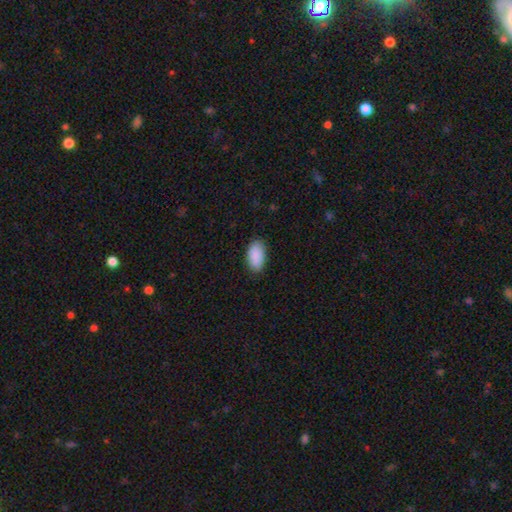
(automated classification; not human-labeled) Smooth or featured? smooth (90%)
How rounded? in between (95%)
Merging? none (85%)